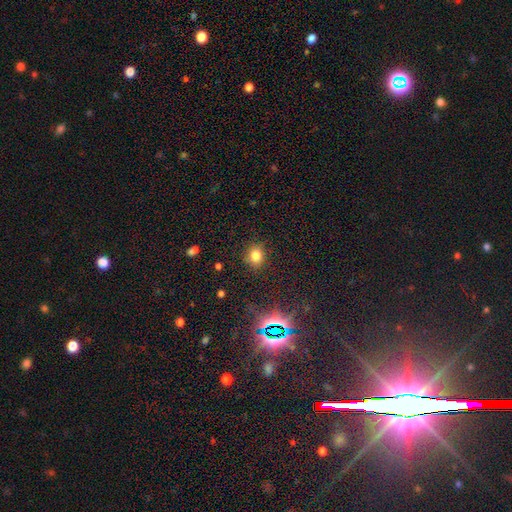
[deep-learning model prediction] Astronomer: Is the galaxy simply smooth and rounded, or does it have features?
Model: smooth — 78%.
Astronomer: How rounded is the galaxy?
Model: round — 63%.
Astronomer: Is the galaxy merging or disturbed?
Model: none — 84%.